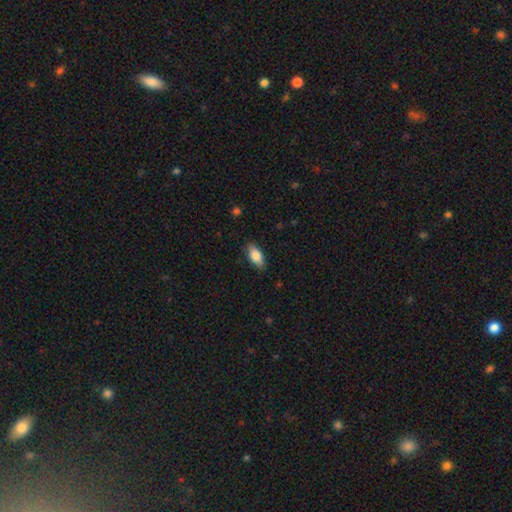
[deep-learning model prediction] This is clearly a smooth galaxy (82%). How rounded: clearly in between (86%). Merging: clearly none (84%).